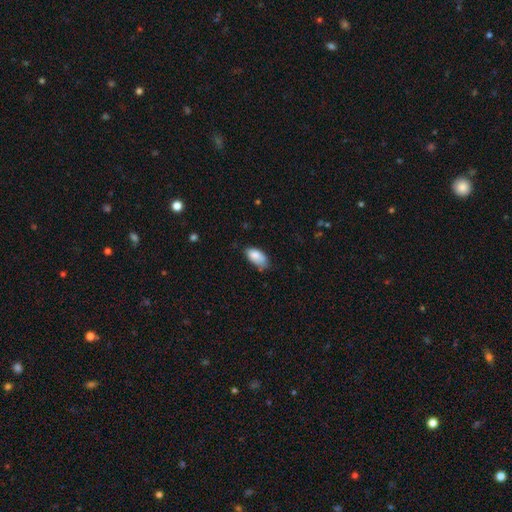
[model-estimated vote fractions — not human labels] Smooth or featured?
  - smooth: 83% *
  - featured or disk: 10%
  - star or artifact: 7%
How rounded?
  - in between: 93% *
  - round: 4%
  - cigar-shaped: 3%
Merging?
  - none: 52% *
  - minor disturbance: 36%
  - major disturbance: 8%
  - merger: 4%